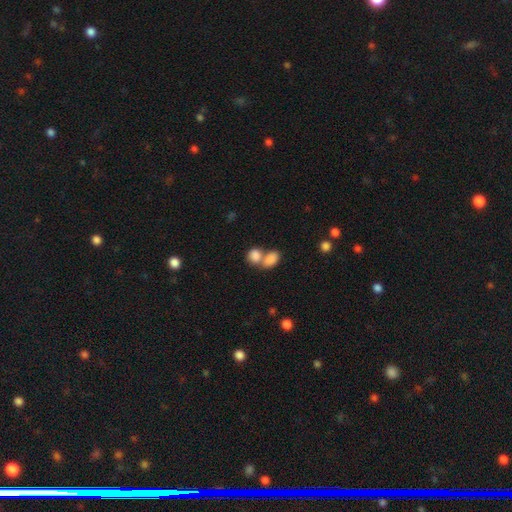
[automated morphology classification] A smooth galaxy with no disk features (84%) that is in between round and cigar-shaped (67%).

Vote fractions:
- Smooth or featured? smooth: 84% / featured or disk: 8% / star or artifact: 8%
- How rounded? in between: 67% / round: 32% / cigar-shaped: 2%
- Merging? merger: 64% / none: 26% / minor disturbance: 7% / major disturbance: 4%